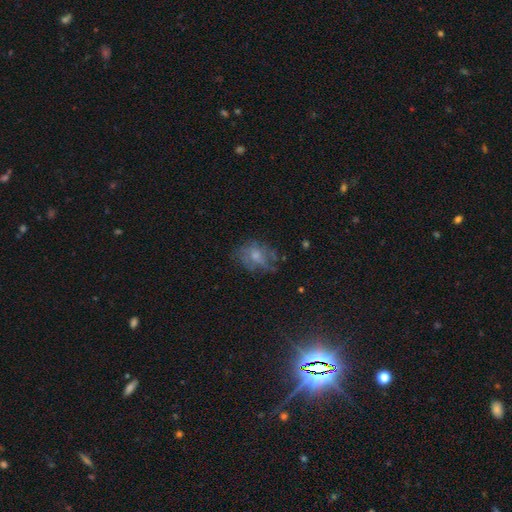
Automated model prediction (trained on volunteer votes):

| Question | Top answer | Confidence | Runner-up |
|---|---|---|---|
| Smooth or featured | smooth | 50% | featured or disk (37%) |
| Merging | none | 52% | minor disturbance (25%) |